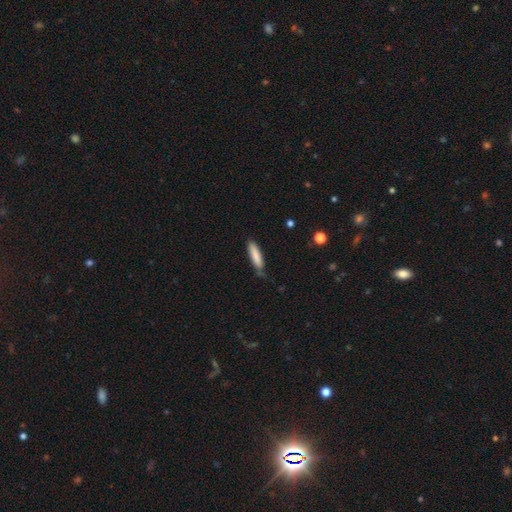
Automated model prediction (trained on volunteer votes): smooth-or-featured: smooth: 84% | featured or disk: 11% | star or artifact: 6%
  how-rounded: cigar-shaped: 74% | in between: 25% | round: 1%
  merging: none: 65% | minor disturbance: 27% | major disturbance: 5% | merger: 2%